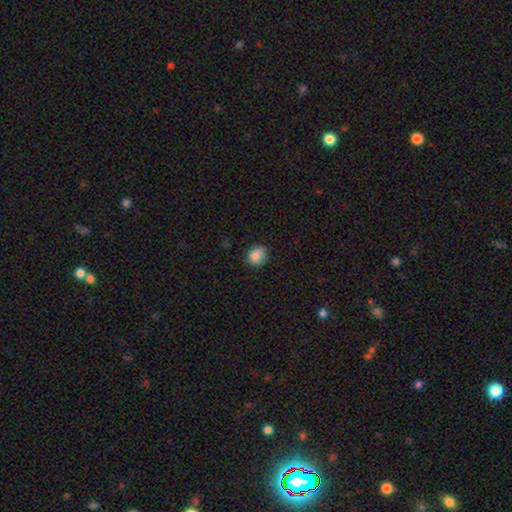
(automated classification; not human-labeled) Morphology: type=smooth (86%); roundness=round (61%); merging=none (71%).